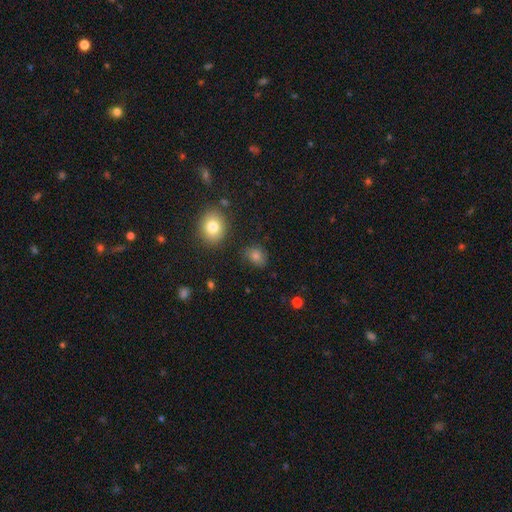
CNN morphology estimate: The model was most divided on "how rounded": in between: 57%, round: 41%, cigar-shaped: 1%. More confident: merging — none (78%); smooth or featured — smooth (75%).